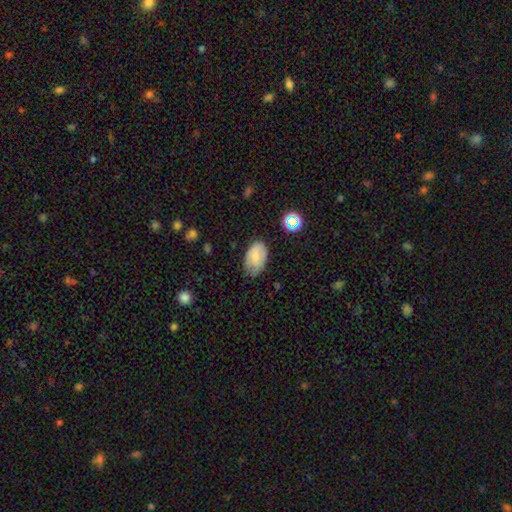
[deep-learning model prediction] Smooth or featured? Predicted: smooth (p=0.71). How rounded? Predicted: in between (p=0.91). Merging? Predicted: none (p=0.66).